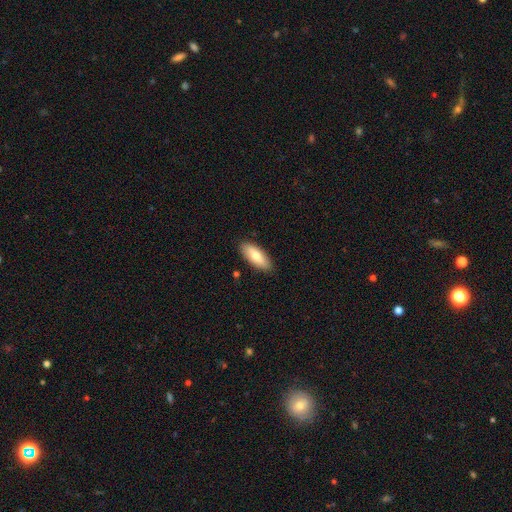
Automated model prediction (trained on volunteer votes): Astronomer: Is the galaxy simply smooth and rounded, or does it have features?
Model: smooth — 75%.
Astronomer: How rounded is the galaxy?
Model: in between — 77%.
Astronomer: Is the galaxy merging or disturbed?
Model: none — 87%.